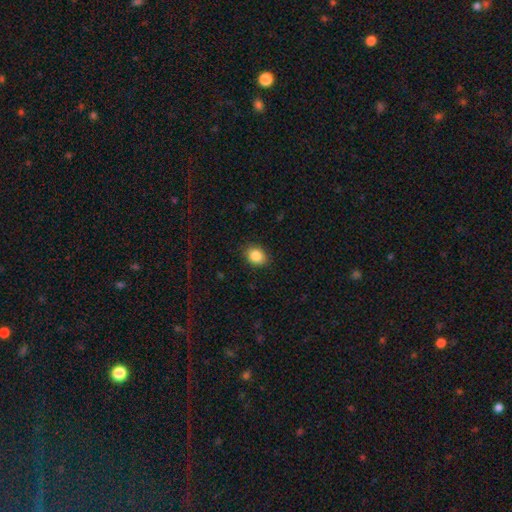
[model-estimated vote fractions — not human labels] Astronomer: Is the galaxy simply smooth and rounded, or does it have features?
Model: smooth — 86%.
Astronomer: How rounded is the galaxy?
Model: in between — 56% (runner-up: round, 43%).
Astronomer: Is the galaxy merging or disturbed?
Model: none — 86%.